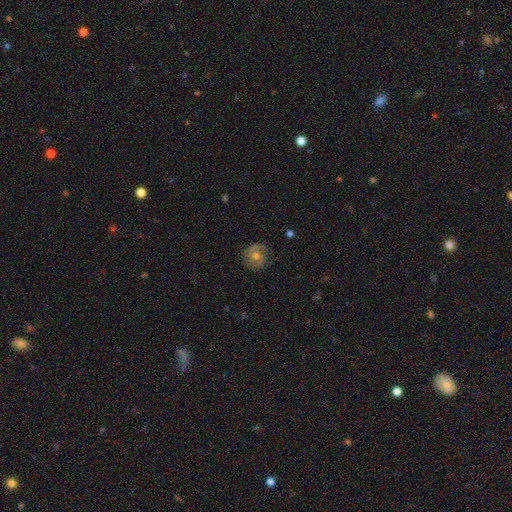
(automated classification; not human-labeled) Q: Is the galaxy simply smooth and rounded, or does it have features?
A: featured or disk — 62%.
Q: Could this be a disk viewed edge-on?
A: no — 97%.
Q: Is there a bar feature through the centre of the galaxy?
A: no — 64%.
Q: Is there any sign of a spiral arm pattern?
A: yes — 83%.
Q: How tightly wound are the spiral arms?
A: tight — 52%.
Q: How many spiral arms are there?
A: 2 — 62%.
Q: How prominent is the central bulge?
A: moderate — 64%.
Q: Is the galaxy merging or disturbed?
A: none — 81%.